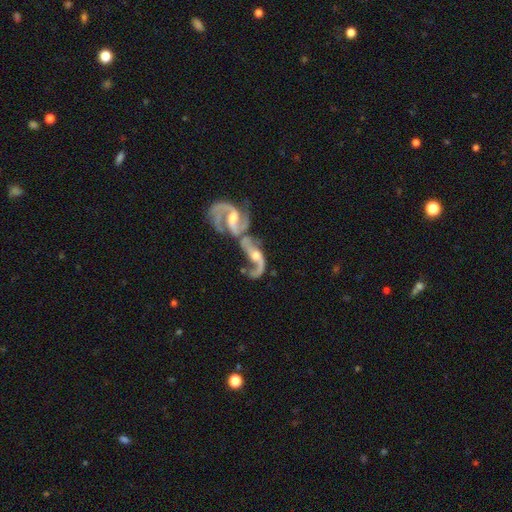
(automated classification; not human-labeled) This appears to be a featured or disk galaxy (84%) with no bar (43%), 2 (74%) loose (69%) spiral arms (91%) and a moderate central bulge (60%). Merging: merger (74%).